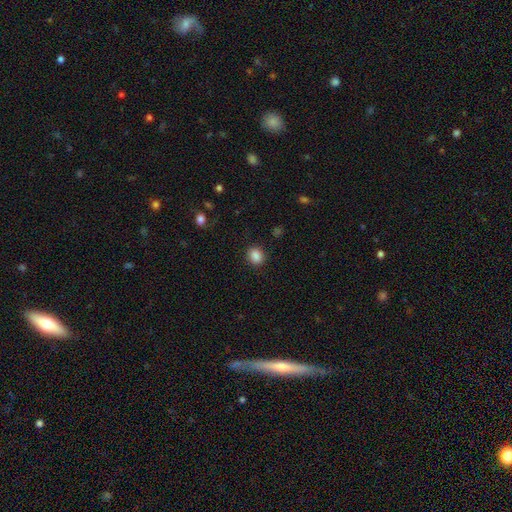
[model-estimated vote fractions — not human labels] This is clearly a smooth galaxy (87%). How rounded: likely round (68%). Merging: clearly none (88%).